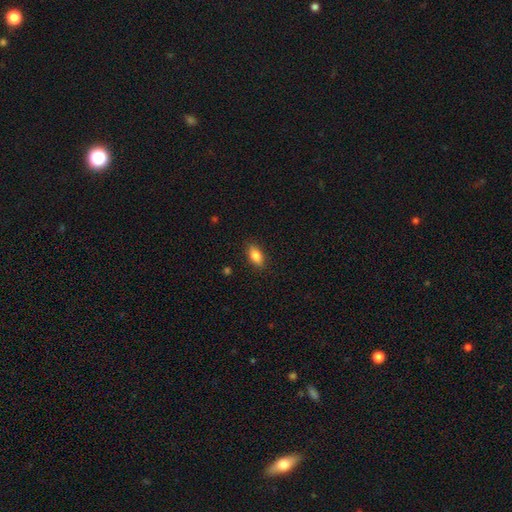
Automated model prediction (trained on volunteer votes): smooth 84%, featured or disk 9%, star or artifact 8%. Down the decision tree: how rounded — in between (87%); merging — none (87%).